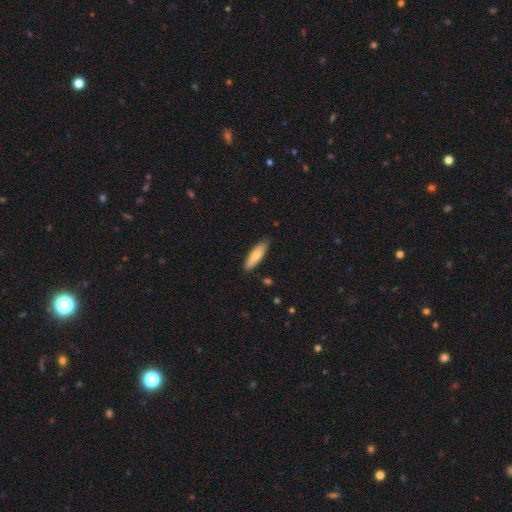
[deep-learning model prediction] Q: Smooth or featured?
A: smooth (74%); runner-up: featured or disk (20%)
Q: How rounded?
A: cigar-shaped (57%); runner-up: in between (42%)
Q: Merging?
A: none (85%); runner-up: minor disturbance (12%)